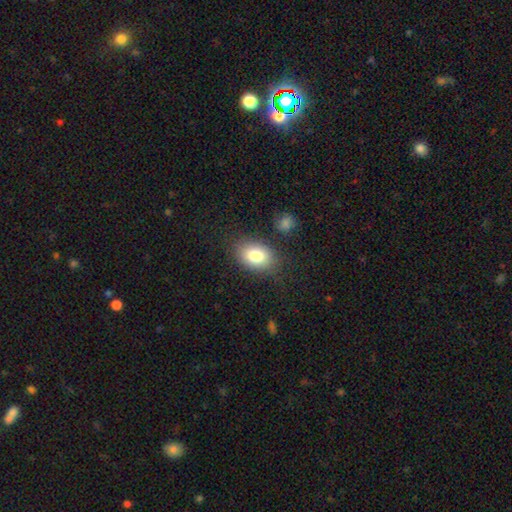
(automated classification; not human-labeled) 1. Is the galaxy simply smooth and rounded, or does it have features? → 81% smooth, 11% featured or disk, 8% star or artifact.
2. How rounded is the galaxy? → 80% in between, 19% round, 1% cigar-shaped.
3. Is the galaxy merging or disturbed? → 81% none, 12% minor disturbance, 4% major disturbance, 3% merger.